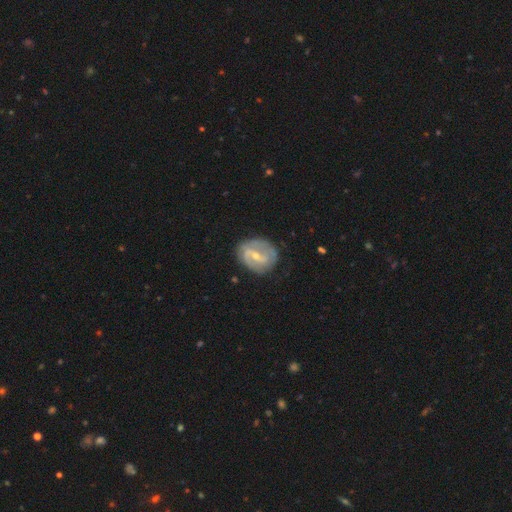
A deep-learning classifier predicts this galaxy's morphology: Smooth or featured: featured or disk — 79% (smooth — 16%)
Edge-on disk: no — 97% (yes — 3%)
Bar: weak — 48% (strong — 34%)
Spiral arms: yes — 84% (no — 16%)
Spiral winding: medium — 42% (tight — 35%)
Spiral arm count: 2 — 74% (can't tell — 14%)
Bulge size: small — 53% (moderate — 43%)
Merging: none — 75% (minor disturbance — 18%)